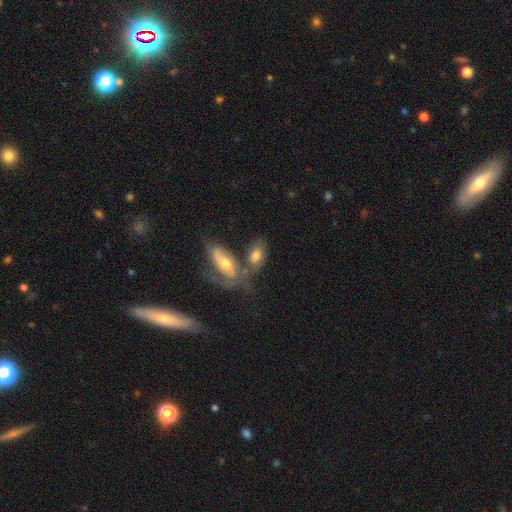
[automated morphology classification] This appears to be a smooth galaxy with no disk features (61%) that is in between round and cigar-shaped (87%). Merging: merger (44%).